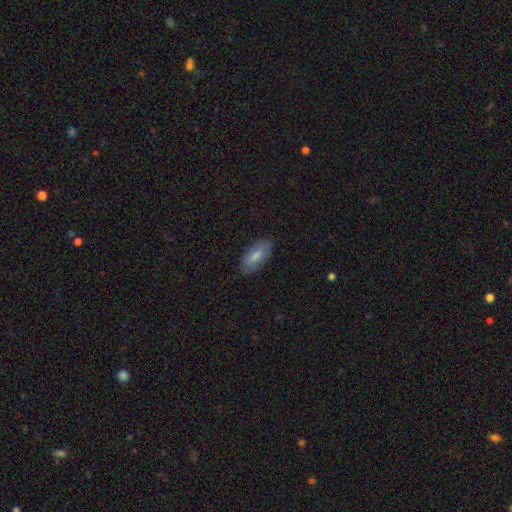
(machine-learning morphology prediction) A smooth galaxy with no disk features (79%) that is in between round and cigar-shaped (88%).

Vote fractions:
- Smooth or featured? smooth: 79% / featured or disk: 15% / star or artifact: 6%
- How rounded? in between: 88% / cigar-shaped: 10% / round: 2%
- Merging? none: 83% / minor disturbance: 13% / major disturbance: 3% / merger: 1%